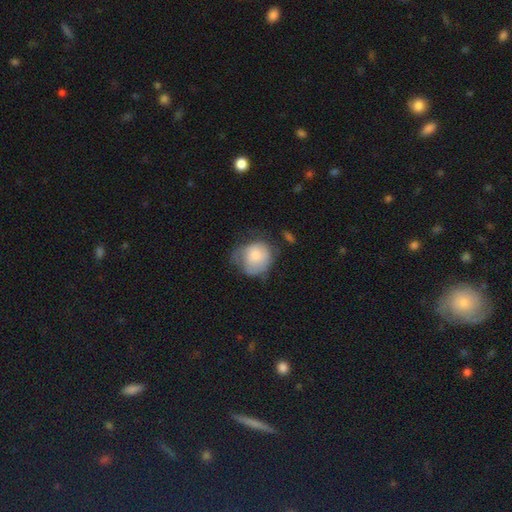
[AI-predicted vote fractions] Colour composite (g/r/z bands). It shows a smooth galaxy with no disk features (68%) that is round (71%). Merging: minor disturbance (37%).